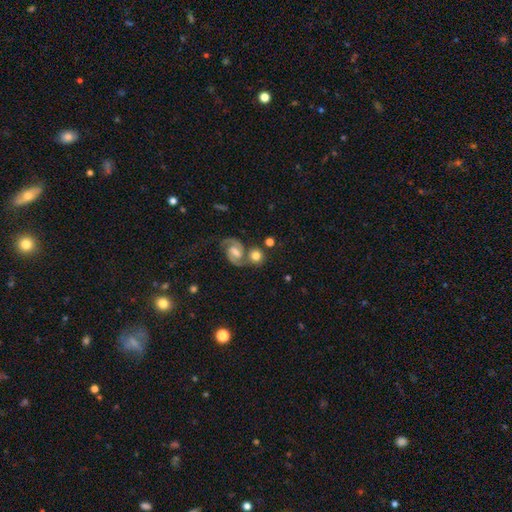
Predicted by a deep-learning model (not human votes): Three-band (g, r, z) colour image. It shows a smooth galaxy with no disk features (53%) that is round (81%). Merging: none (54%).